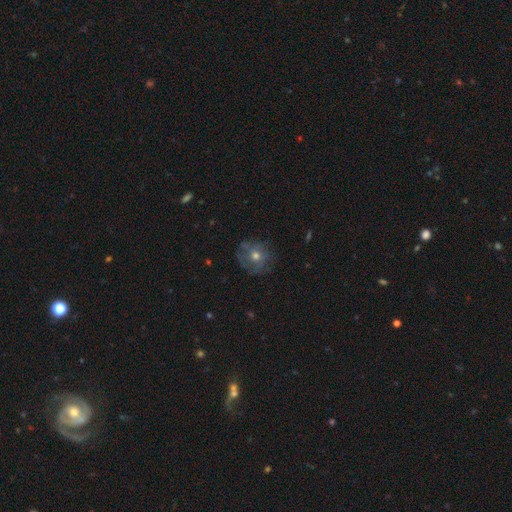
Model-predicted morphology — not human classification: Smooth or featured? Predicted: featured or disk (p=0.46). Merging? Predicted: none (p=0.71).